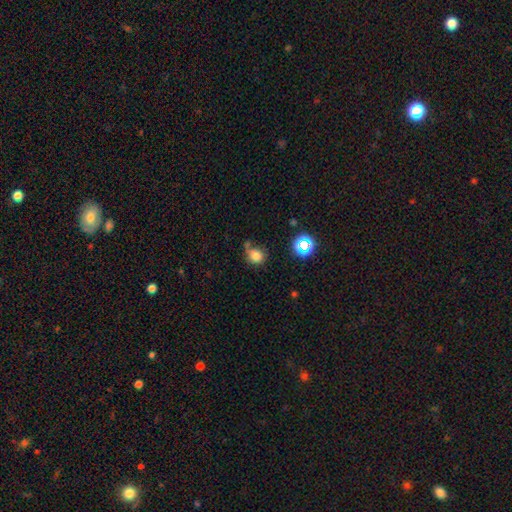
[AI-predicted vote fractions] smooth-or-featured: smooth: 76% | star or artifact: 15% | featured or disk: 9%
  how-rounded: round: 79% | in between: 20% | cigar-shaped: 1%
  merging: none: 48% | minor disturbance: 22% | merger: 17% | major disturbance: 13%